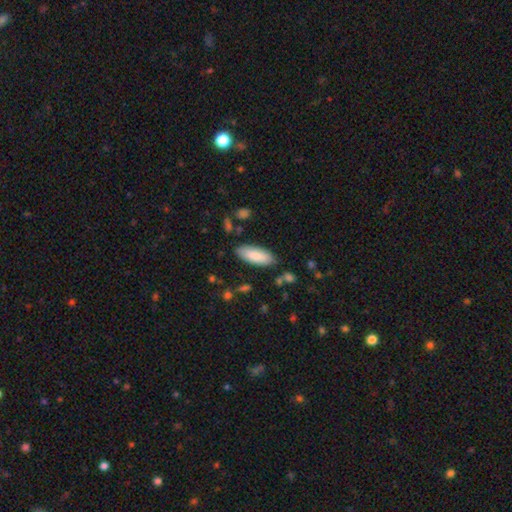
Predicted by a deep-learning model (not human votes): This appears to be a smooth galaxy with no disk features (85%) that is in between round and cigar-shaped (74%). Merging: none (84%).